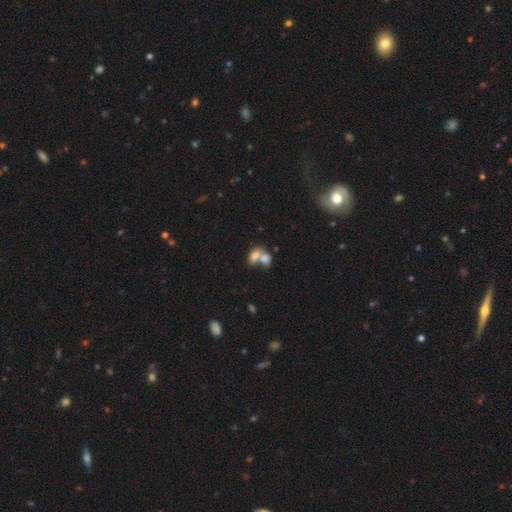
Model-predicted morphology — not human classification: Smooth or featured? smooth (76%)
How rounded? in between (79%)
Merging? merger (70%)